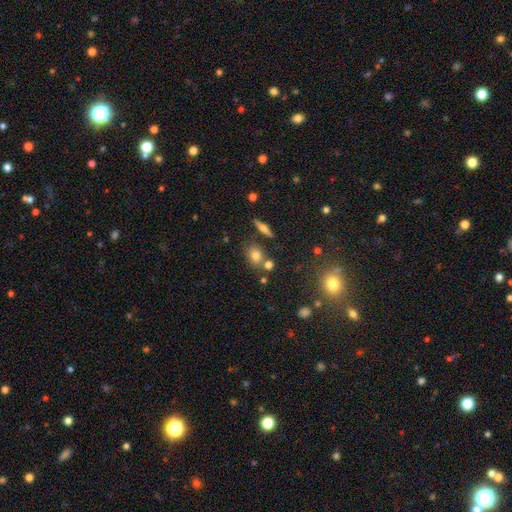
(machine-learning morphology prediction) This appears to be a smooth galaxy with no disk features (72%) that is round (50%). Merging: none (70%).